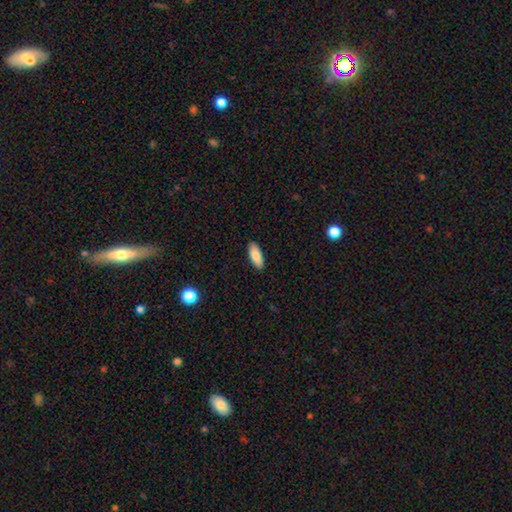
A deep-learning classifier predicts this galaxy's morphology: Q: Smooth or featured?
A: smooth (86%); runner-up: featured or disk (8%)
Q: How rounded?
A: in between (79%); runner-up: cigar-shaped (19%)
Q: Merging?
A: none (90%); runner-up: minor disturbance (8%)